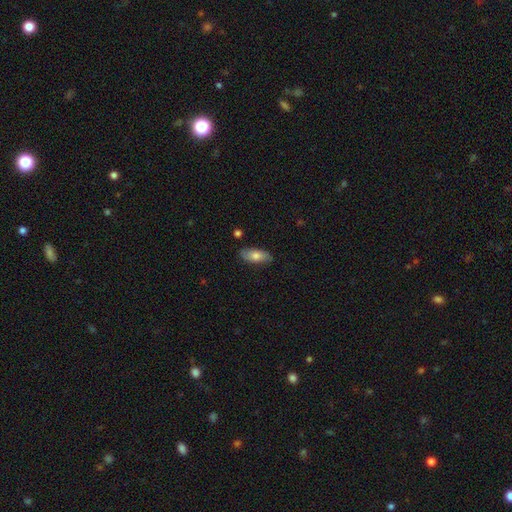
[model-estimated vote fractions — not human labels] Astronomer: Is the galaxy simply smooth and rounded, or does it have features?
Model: smooth — 74%.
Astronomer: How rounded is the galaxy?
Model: in between — 84%.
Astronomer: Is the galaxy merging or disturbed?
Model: none — 82%.